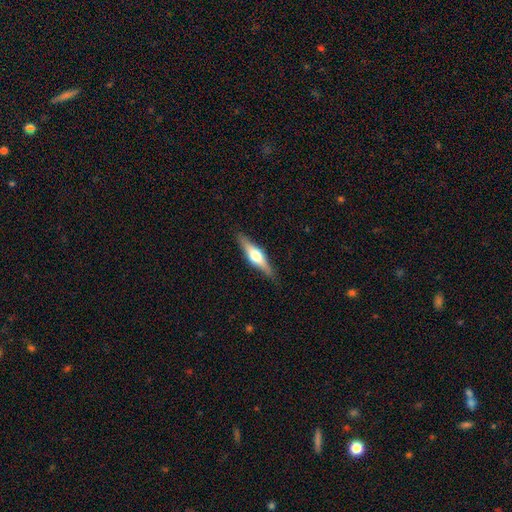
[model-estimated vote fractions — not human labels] Smooth or featured?
  - featured or disk: 64% *
  - smooth: 31%
  - star or artifact: 6%
Edge-on disk?
  - yes: 96% *
  - no: 4%
Edge-on bulge?
  - rounded: 94% *
  - boxy: 4%
  - none: 2%
Merging?
  - none: 88% *
  - minor disturbance: 9%
  - major disturbance: 2%
  - merger: 1%